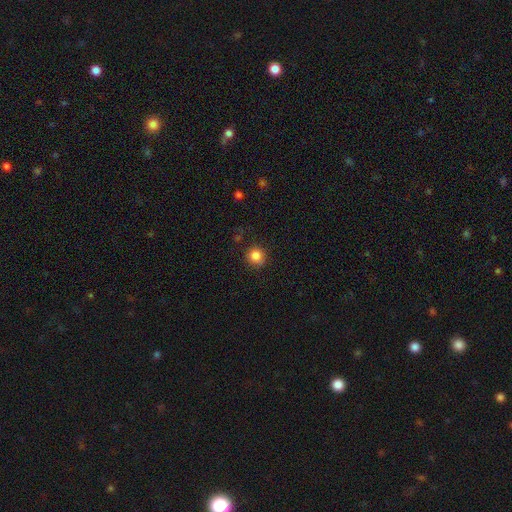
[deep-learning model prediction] This appears to be a smooth galaxy with no disk features (85%) that is round (92%). Merging: none (85%).